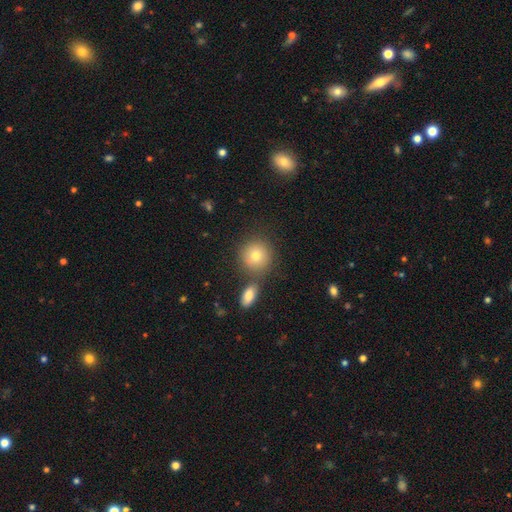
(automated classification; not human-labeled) smooth 78%, featured or disk 12%, star or artifact 11%. Down the decision tree: how rounded — round (90%); merging — none (72%).